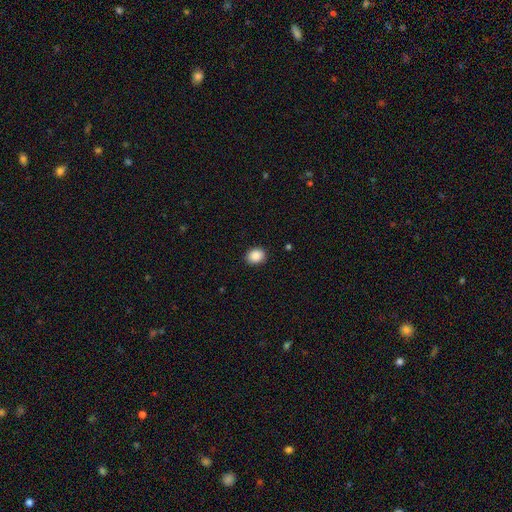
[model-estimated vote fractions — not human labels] Morphology: type=smooth (89%); roundness=round (54%); merging=none (90%).